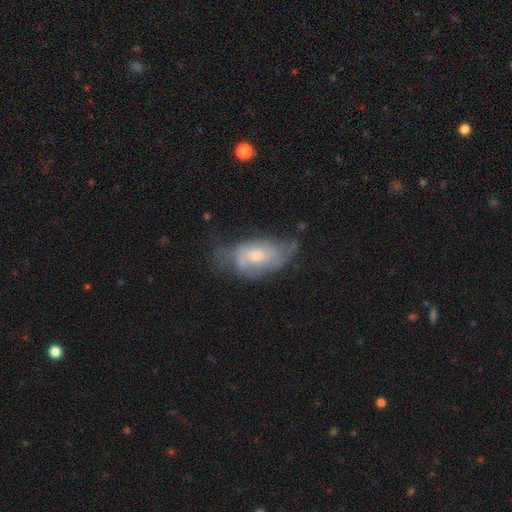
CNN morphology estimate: Q: Smooth or featured?
A: featured or disk (55%); runner-up: smooth (37%)
Q: Edge-on disk?
A: no (92%); runner-up: yes (8%)
Q: Bar?
A: no (71%); runner-up: weak (24%)
Q: Spiral arms?
A: yes (66%); runner-up: no (34%)
Q: Bulge size?
A: small (50%); runner-up: moderate (44%)
Q: Merging?
A: none (39%); runner-up: minor disturbance (34%)